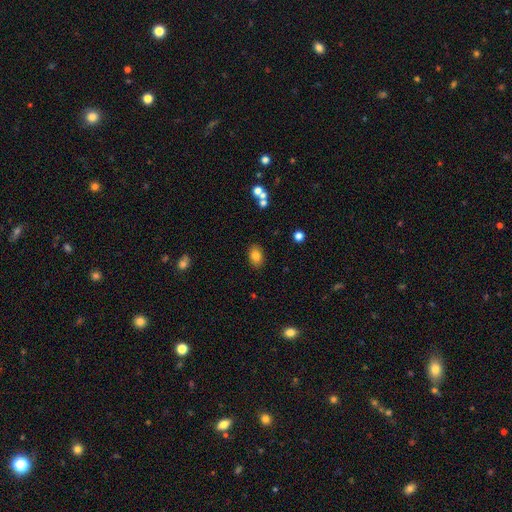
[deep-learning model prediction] Smooth or featured? Predicted: smooth (p=0.81). How rounded? Predicted: in between (p=0.81). Merging? Predicted: none (p=0.85).